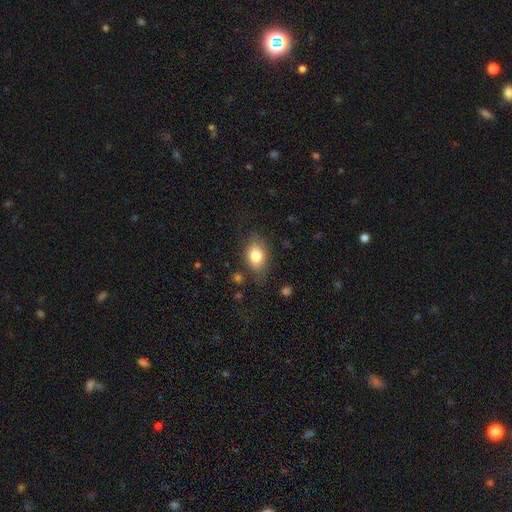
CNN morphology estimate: The model was most divided on "merging": none: 73%, minor disturbance: 19%, major disturbance: 6%, merger: 2%. More confident: smooth or featured — smooth (78%); how rounded — in between (77%).